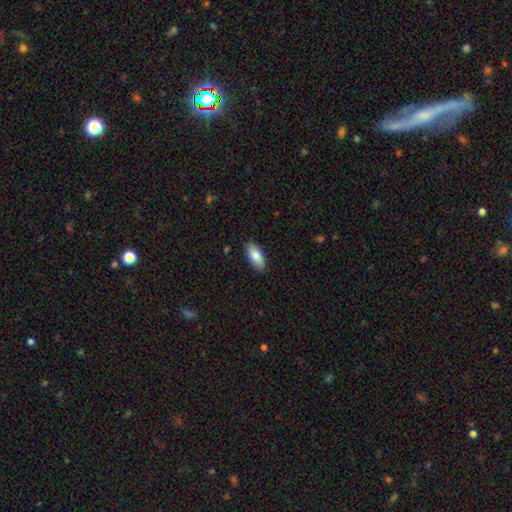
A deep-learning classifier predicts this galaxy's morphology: The model was most divided on "smooth or featured": smooth: 83%, featured or disk: 11%, star or artifact: 6%. More confident: how rounded — in between (88%); merging — none (87%).